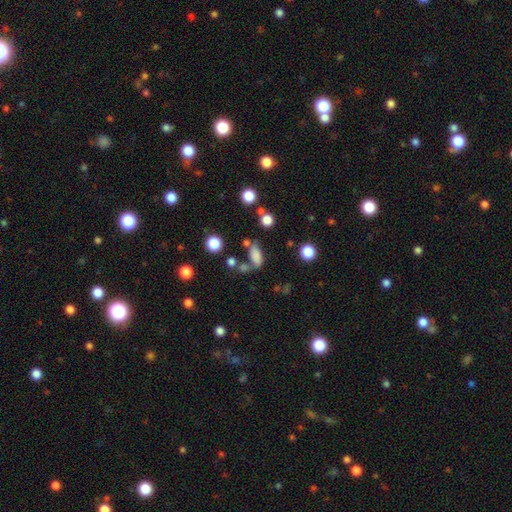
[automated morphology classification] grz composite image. It shows a smooth galaxy with no disk features (79%) that is in between round and cigar-shaped (84%). Merging: none (55%).